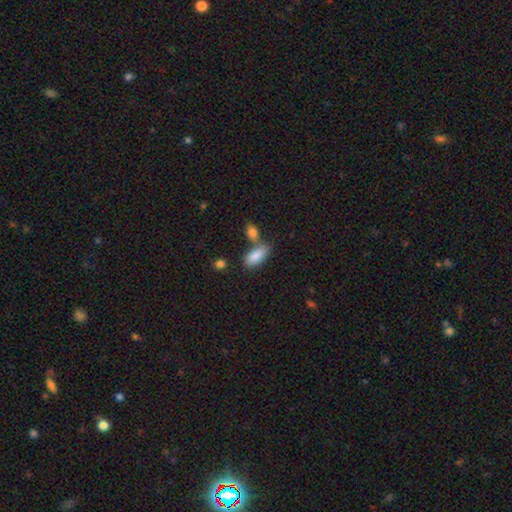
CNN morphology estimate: Q: Smooth or featured?
A: smooth (86%); runner-up: featured or disk (7%)
Q: How rounded?
A: in between (85%); runner-up: cigar-shaped (12%)
Q: Merging?
A: none (51%); runner-up: merger (29%)